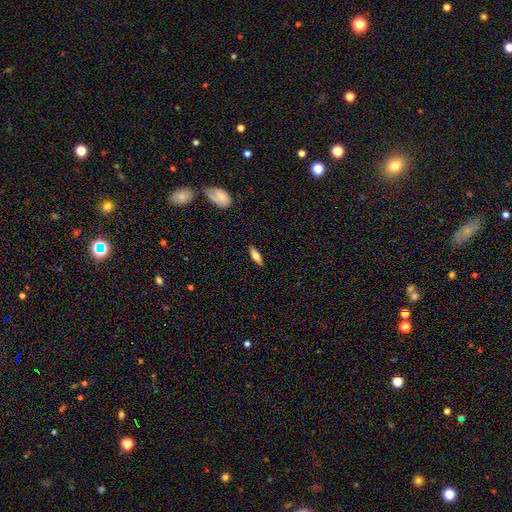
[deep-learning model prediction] smooth 69%, featured or disk 25%, star or artifact 7%. Down the decision tree: how rounded — cigar-shaped (52%); merging — none (88%).